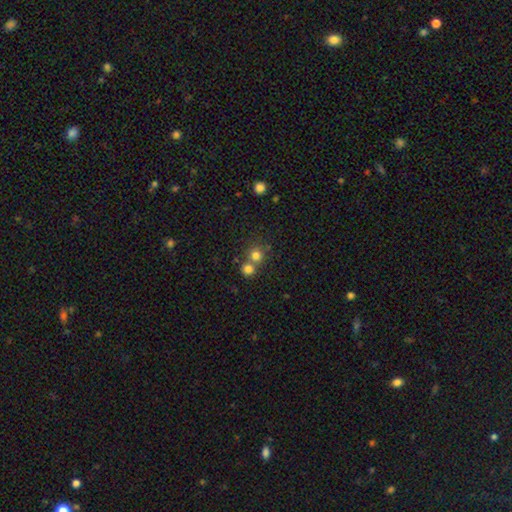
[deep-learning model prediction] This is likely a smooth galaxy (77%). How rounded: clearly round (90%). Merging: possibly none (55%).